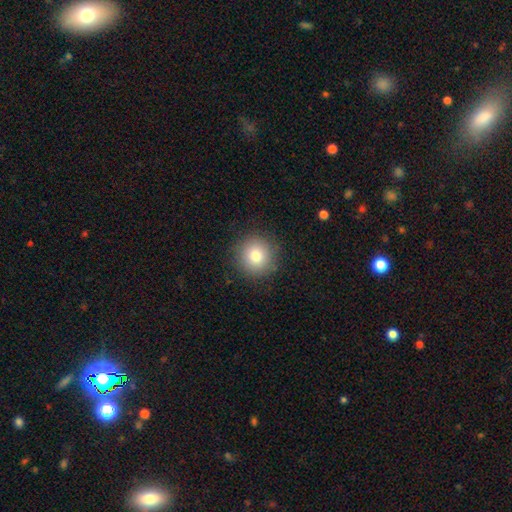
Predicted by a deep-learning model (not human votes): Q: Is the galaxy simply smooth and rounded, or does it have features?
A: smooth — 80%.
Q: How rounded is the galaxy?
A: round — 94%.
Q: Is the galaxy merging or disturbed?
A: none — 90%.